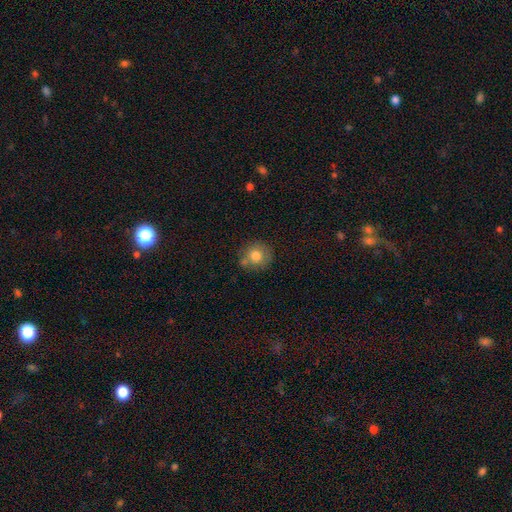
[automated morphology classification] Smooth or featured: smooth — 77% (featured or disk — 14%)
How rounded: round — 85% (in between — 14%)
Merging: none — 65% (minor disturbance — 19%)